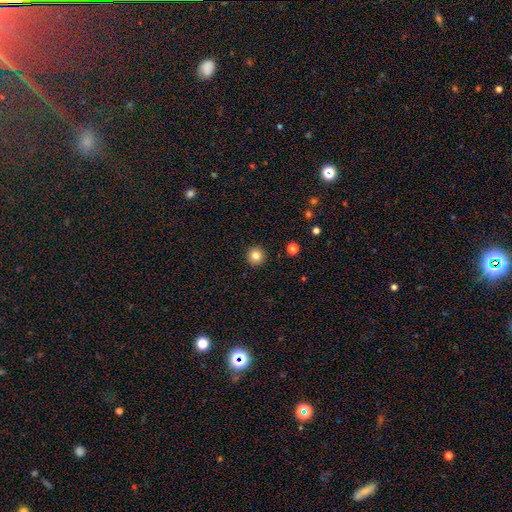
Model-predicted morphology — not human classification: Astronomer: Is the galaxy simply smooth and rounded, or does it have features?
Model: smooth — 83%.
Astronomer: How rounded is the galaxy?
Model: round — 96%.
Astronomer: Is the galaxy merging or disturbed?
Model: none — 94%.